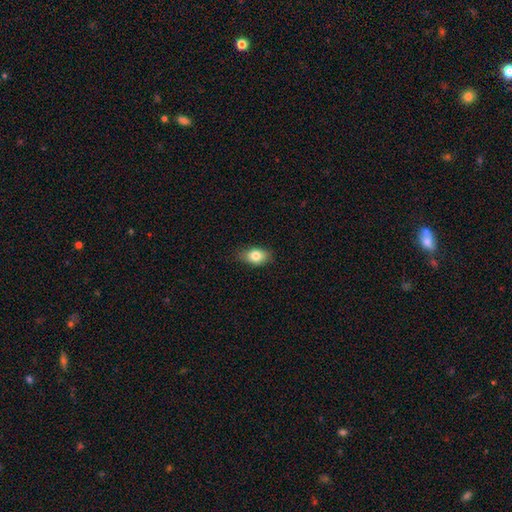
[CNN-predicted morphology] smooth_or_featured: smooth (p=0.80) [alt: featured or disk p=0.11]
how_rounded: in between (p=0.81) [alt: round p=0.16]
merging: none (p=0.78) [alt: minor disturbance p=0.18]